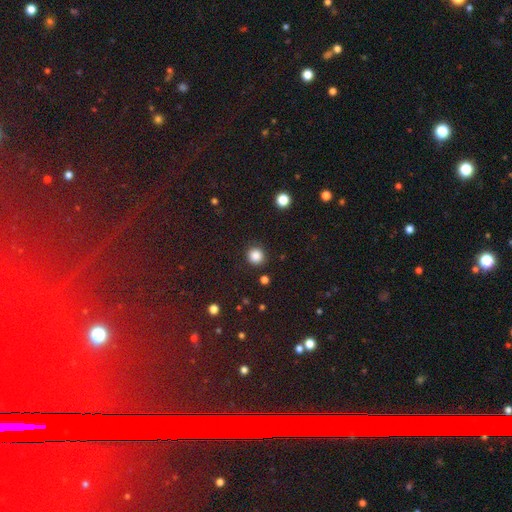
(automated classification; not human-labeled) Q: Smooth or featured?
A: smooth (86%); runner-up: star or artifact (11%)
Q: How rounded?
A: round (92%); runner-up: in between (7%)
Q: Merging?
A: none (89%); runner-up: minor disturbance (7%)